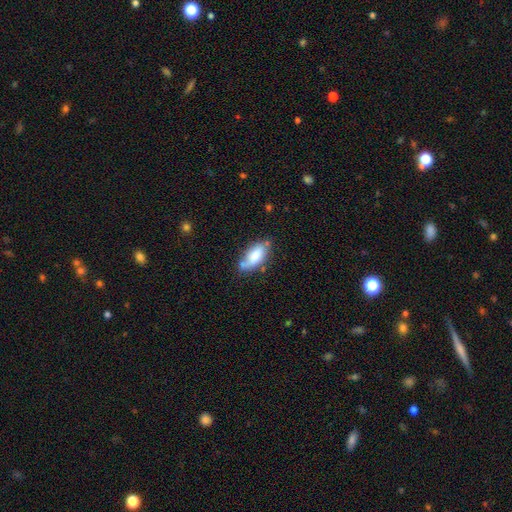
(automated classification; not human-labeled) Smooth or featured: smooth — 78% (featured or disk — 15%)
How rounded: in between — 87% (cigar-shaped — 11%)
Merging: none — 55% (minor disturbance — 26%)